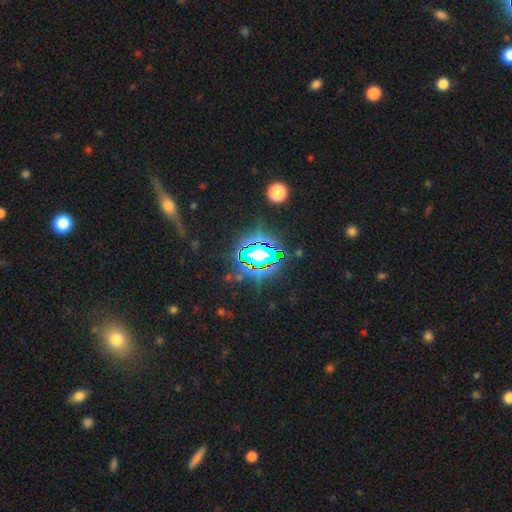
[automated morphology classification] Smooth or featured?
  - star or artifact: 71% *
  - smooth: 16%
  - featured or disk: 13%